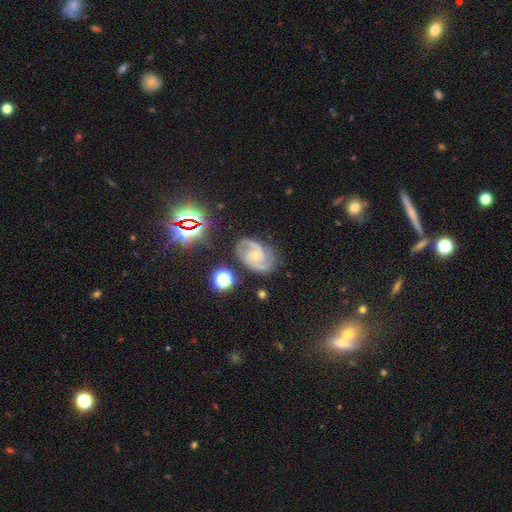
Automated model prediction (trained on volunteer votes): A featured or disk galaxy (86%) with no bar (64%), 2 (74%) medium (54%) spiral arms (98%) and a small central bulge (64%). Merging: none (73%).